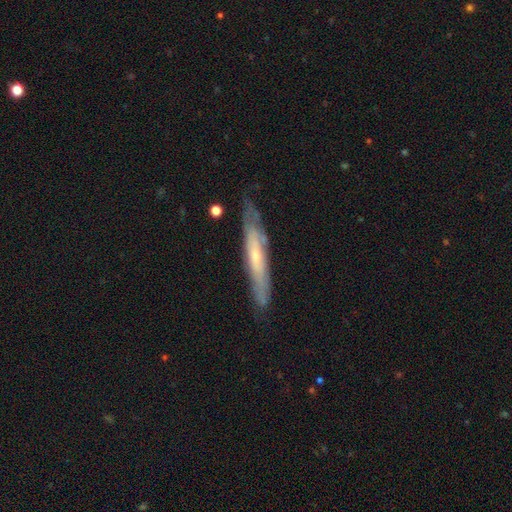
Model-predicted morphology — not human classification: Smooth or featured?
  - featured or disk: 60% *
  - smooth: 34%
  - star or artifact: 6%
Edge-on disk?
  - yes: 68% *
  - no: 32%
Merging?
  - none: 74% *
  - minor disturbance: 19%
  - major disturbance: 5%
  - merger: 2%